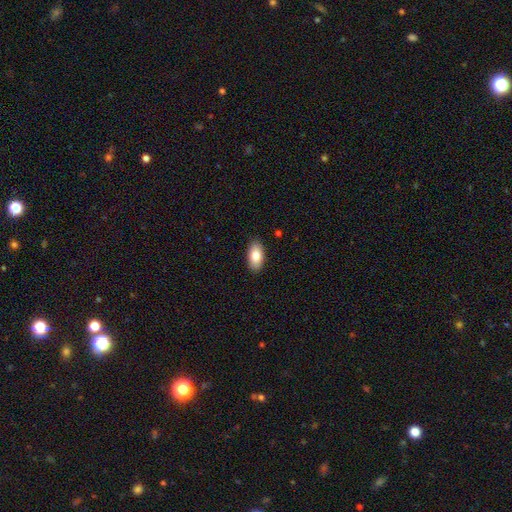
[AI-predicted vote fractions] Smooth or featured? smooth (82%)
How rounded? in between (94%)
Merging? none (89%)